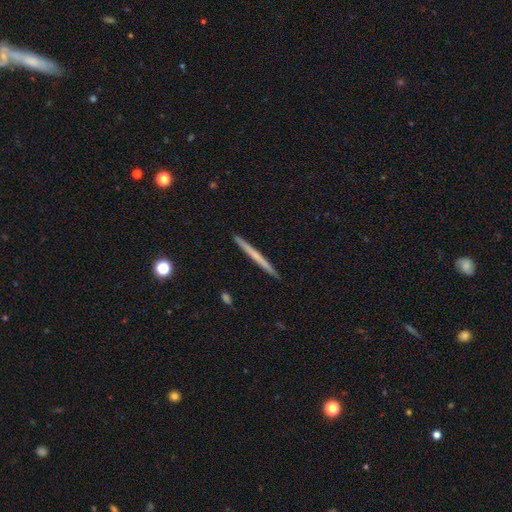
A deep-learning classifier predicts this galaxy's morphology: Smooth or featured? Predicted: smooth (p=0.50). How rounded? Predicted: cigar-shaped (p=0.97). Merging? Predicted: none (p=0.93).